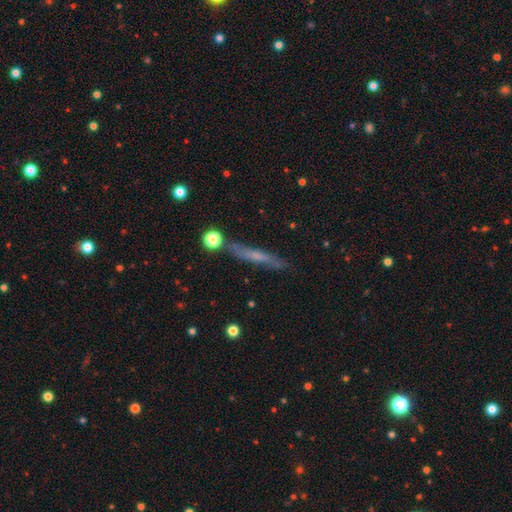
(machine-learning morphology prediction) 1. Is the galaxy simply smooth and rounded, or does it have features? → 49% featured or disk, 41% smooth, 10% star or artifact.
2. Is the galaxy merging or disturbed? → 79% none, 13% minor disturbance, 4% merger, 4% major disturbance.